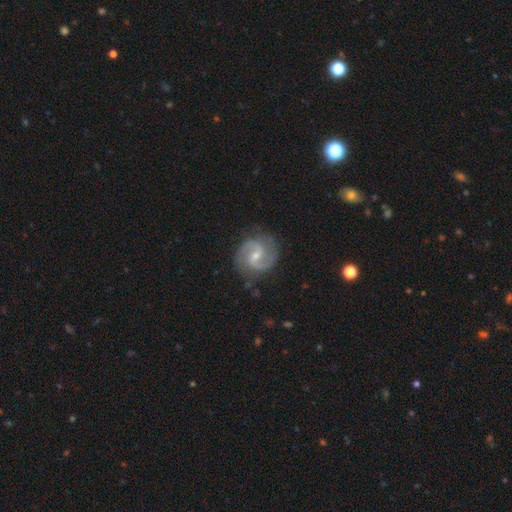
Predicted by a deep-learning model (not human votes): This appears to be a featured or disk galaxy (89%) with a weak bar (56%), 2 (93%) medium (60%) spiral arms (97%) and a small central bulge (59%). Merging: none (82%).